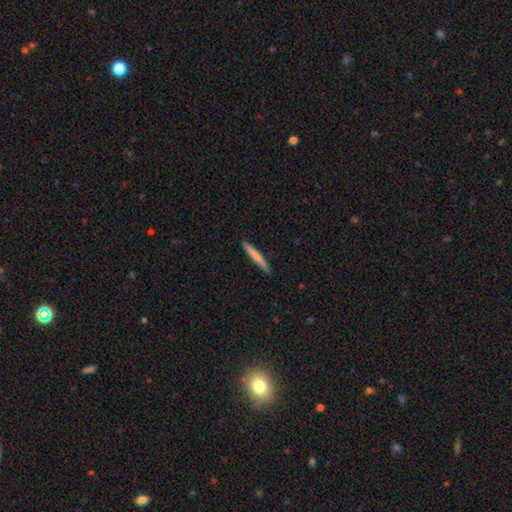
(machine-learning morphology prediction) The model was most divided on "smooth or featured": smooth: 74%, featured or disk: 21%, star or artifact: 5%. More confident: how rounded — cigar-shaped (96%); merging — none (91%).